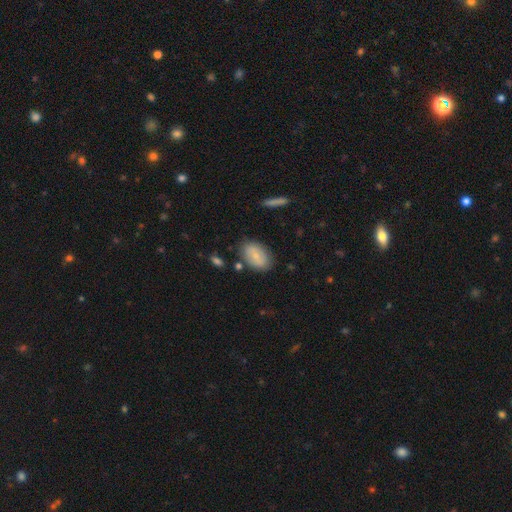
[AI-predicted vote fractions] smooth 65%, featured or disk 29%, star or artifact 7%. Down the decision tree: how rounded — in between (88%); merging — none (79%).